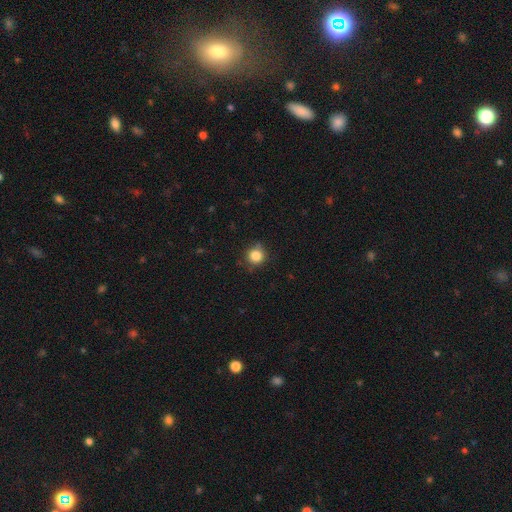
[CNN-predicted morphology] Smooth or featured? Predicted: smooth (p=0.83). How rounded? Predicted: round (p=0.92). Merging? Predicted: none (p=0.81).